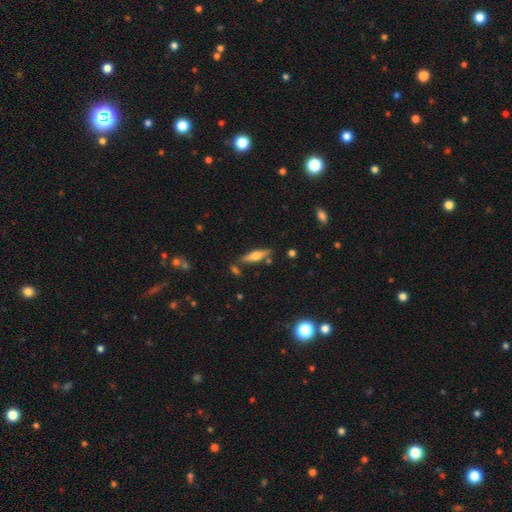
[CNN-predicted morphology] A featured or disk galaxy (56%) viewed edge-on (94%) with a rounded central bulge (90%).

Vote fractions:
- Smooth or featured? featured or disk: 56% / smooth: 37% / star or artifact: 7%
- Edge-on disk? yes: 94% / no: 6%
- Edge-on bulge? rounded: 90% / boxy: 7% / none: 3%
- Merging? none: 80% / minor disturbance: 11% / merger: 6% / major disturbance: 3%